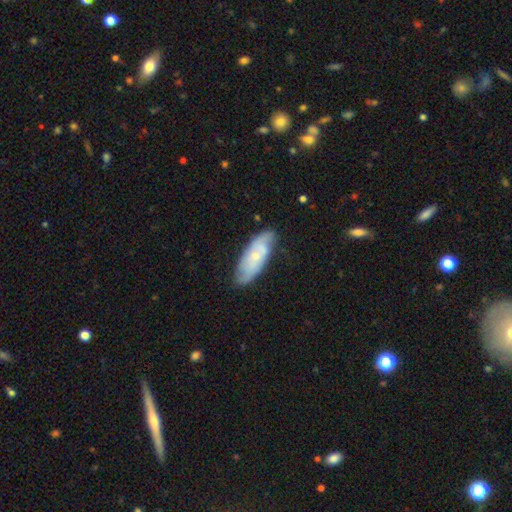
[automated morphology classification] Overall: featured or disk (54%; smooth 40%). Edge-on disk: no (86%). Merging: none (69%).